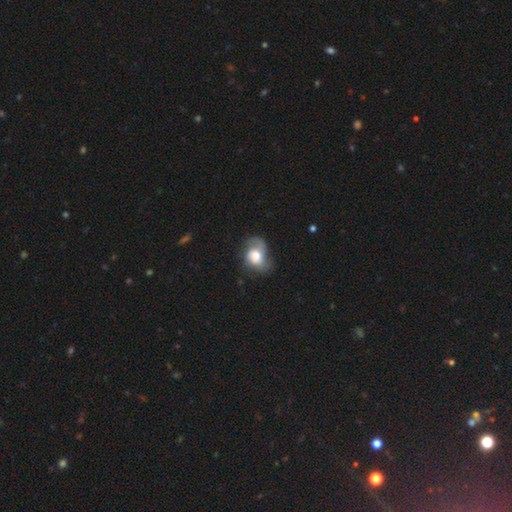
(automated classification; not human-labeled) smooth 48%, featured or disk 44%, star or artifact 8%. Down the decision tree: merging — none (38%).